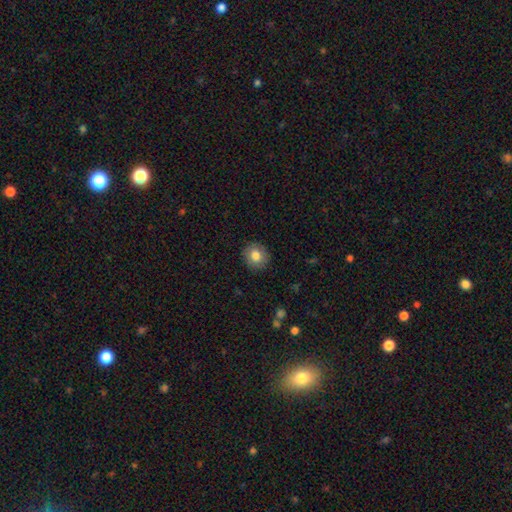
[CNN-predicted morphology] smooth 82%, featured or disk 10%, star or artifact 9%. Down the decision tree: how rounded — round (86%); merging — none (90%).